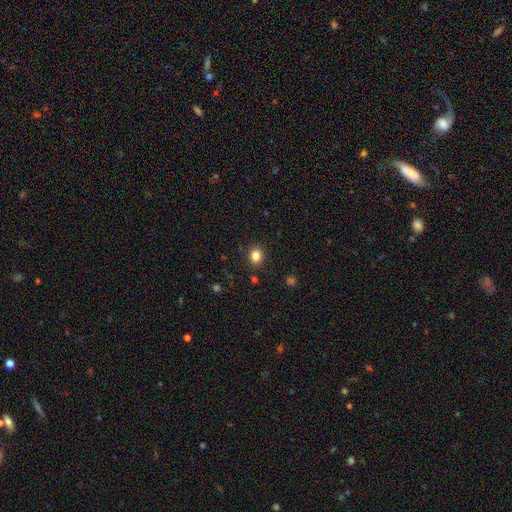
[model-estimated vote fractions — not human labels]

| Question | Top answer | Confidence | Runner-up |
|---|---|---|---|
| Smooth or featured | smooth | 83% | star or artifact (12%) |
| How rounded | round | 70% | in between (29%) |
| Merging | none | 89% | minor disturbance (7%) |